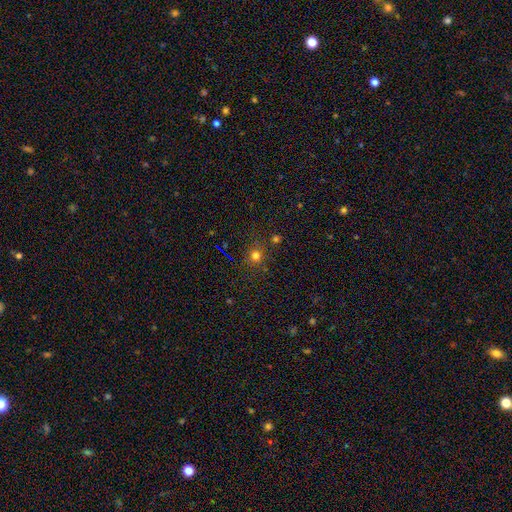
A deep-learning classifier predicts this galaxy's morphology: Smooth or featured: smooth — 72% (star or artifact — 22%)
How rounded: round — 90% (in between — 9%)
Merging: none — 83% (minor disturbance — 9%)